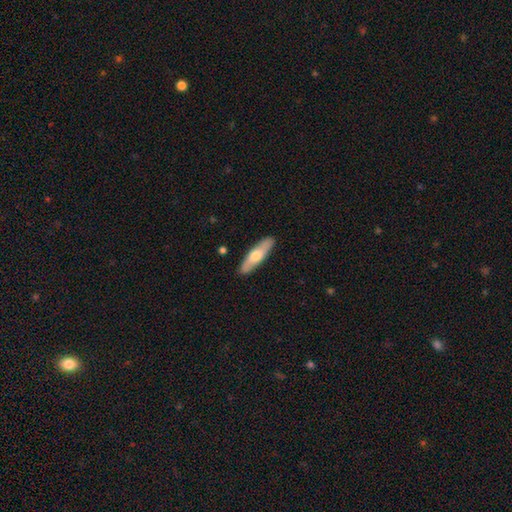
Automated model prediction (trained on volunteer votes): Smooth or featured? smooth (59%)
How rounded? cigar-shaped (66%)
Merging? none (90%)